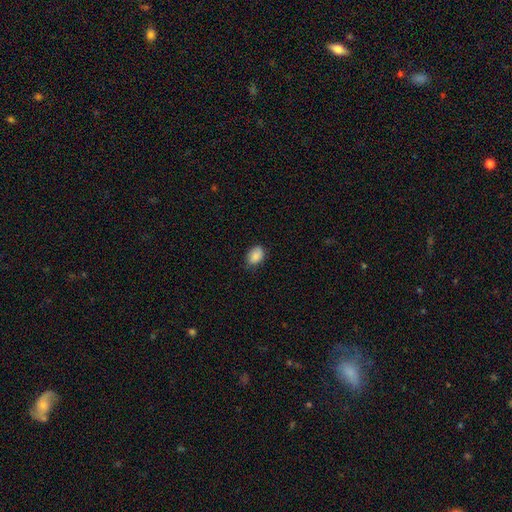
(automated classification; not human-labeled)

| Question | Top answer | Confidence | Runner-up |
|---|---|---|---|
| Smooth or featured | smooth | 88% | star or artifact (7%) |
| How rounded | in between | 76% | round (23%) |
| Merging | none | 78% | minor disturbance (18%) |